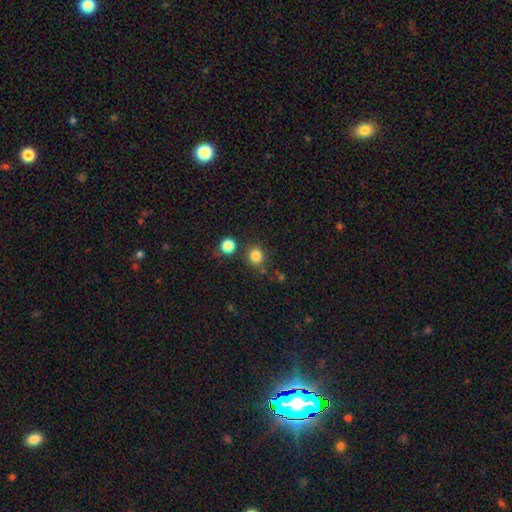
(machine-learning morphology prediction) smooth_or_featured: smooth (p=0.83) [alt: star or artifact p=0.13]
how_rounded: round (p=0.84) [alt: in between p=0.15]
merging: none (p=0.78) [alt: minor disturbance p=0.10]